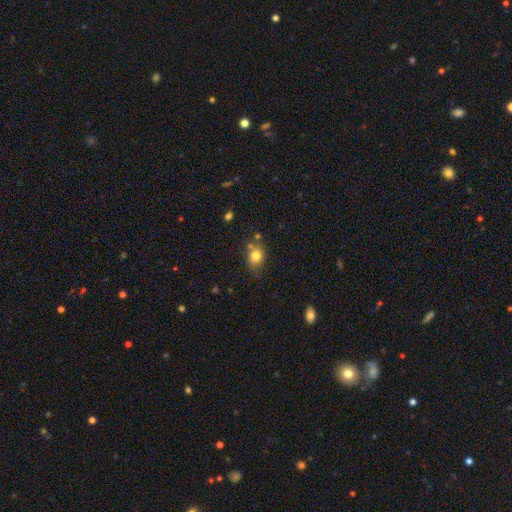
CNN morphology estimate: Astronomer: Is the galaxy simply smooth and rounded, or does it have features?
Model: smooth — 79%.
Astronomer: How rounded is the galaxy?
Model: in between — 53% (runner-up: round, 46%).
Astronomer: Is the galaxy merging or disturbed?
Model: none — 66%.